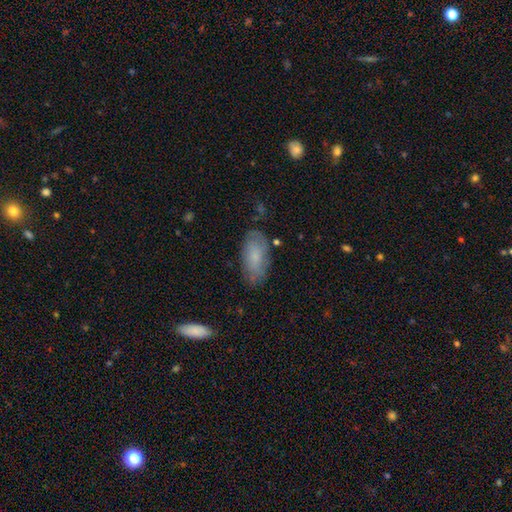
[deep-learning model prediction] A smooth galaxy with no disk features (65%) that is in between round and cigar-shaped (89%).

Vote fractions:
- Smooth or featured? smooth: 65% / featured or disk: 27% / star or artifact: 8%
- How rounded? in between: 89% / cigar-shaped: 9% / round: 3%
- Merging? none: 74% / minor disturbance: 19% / major disturbance: 5% / merger: 2%